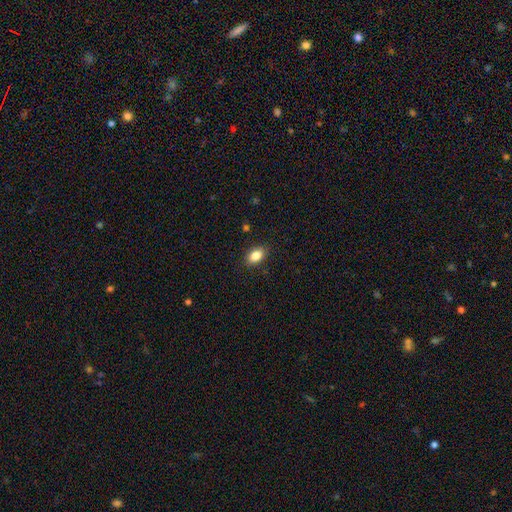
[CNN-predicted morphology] Smooth or featured? Predicted: smooth (p=0.85). How rounded? Predicted: in between (p=0.86). Merging? Predicted: none (p=0.88).